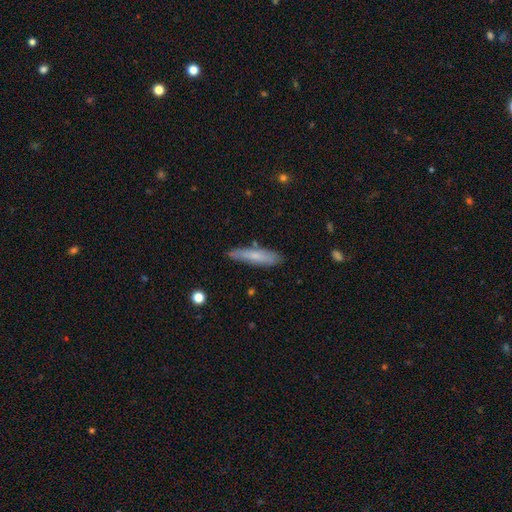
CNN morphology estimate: smooth-or-featured: smooth: 68% | featured or disk: 26% | star or artifact: 6%
  how-rounded: cigar-shaped: 81% | in between: 18% | round: 2%
  merging: none: 80% | minor disturbance: 15% | major disturbance: 3% | merger: 2%